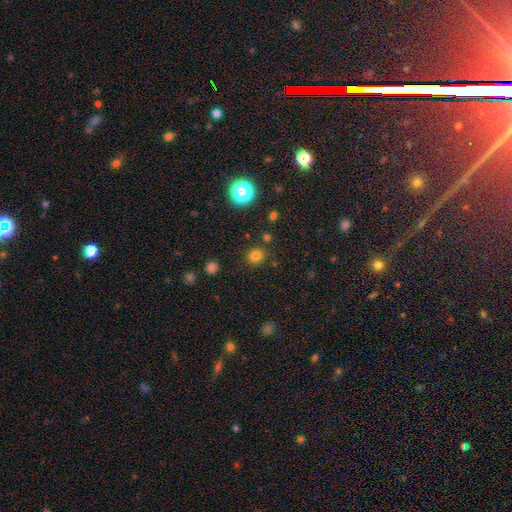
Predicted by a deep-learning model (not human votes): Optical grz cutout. It shows a smooth galaxy with no disk features (78%) that is round (78%). Merging: none (84%).